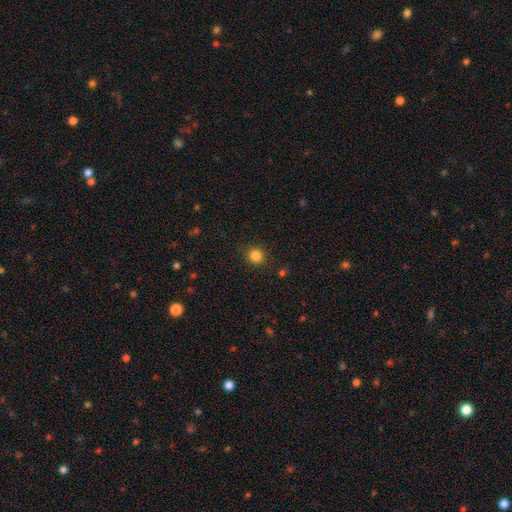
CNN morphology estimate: The model was most divided on "smooth or featured": smooth: 84%, star or artifact: 12%, featured or disk: 4%. More confident: merging — none (89%); how rounded — round (88%).